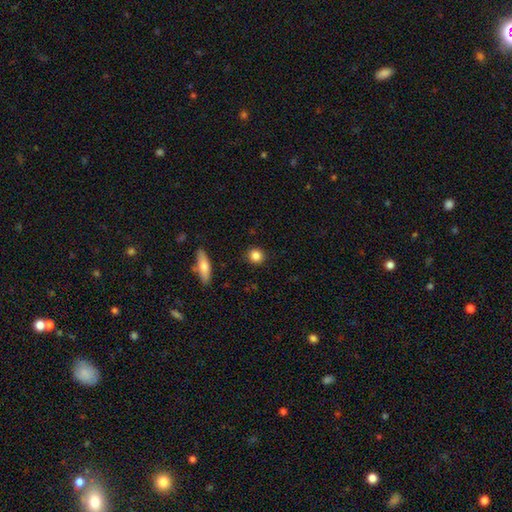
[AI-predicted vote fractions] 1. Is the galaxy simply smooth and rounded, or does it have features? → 85% smooth, 9% star or artifact, 6% featured or disk.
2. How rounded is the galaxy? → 89% round, 9% in between, 2% cigar-shaped.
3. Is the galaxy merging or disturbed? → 90% none, 6% minor disturbance, 2% major disturbance, 1% merger.